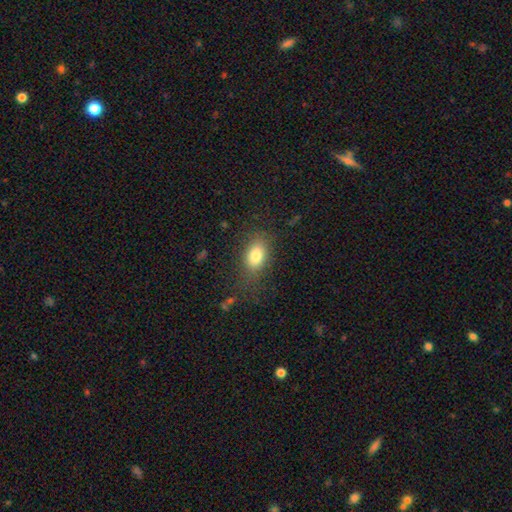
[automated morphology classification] This is clearly a smooth galaxy (81%). How rounded: clearly in between (85%). Merging: likely none (72%).